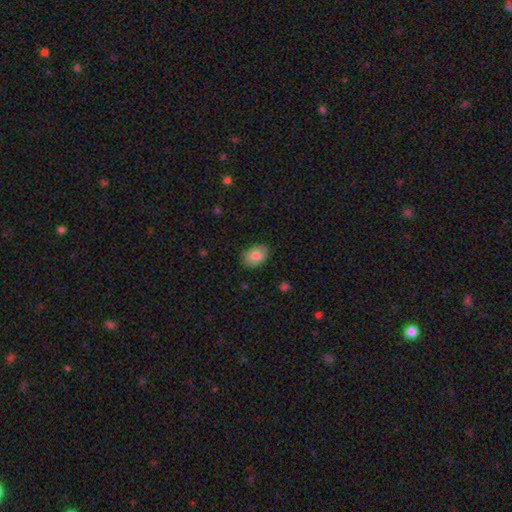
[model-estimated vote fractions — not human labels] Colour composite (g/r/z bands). It shows a smooth galaxy with no disk features (80%) that is in between round and cigar-shaped (80%). Merging: none (86%).